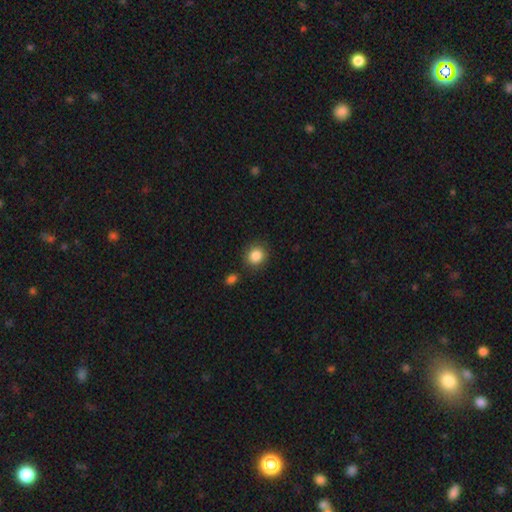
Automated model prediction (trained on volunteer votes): Smooth or featured?
  - smooth: 87% *
  - star or artifact: 9%
  - featured or disk: 4%
How rounded?
  - round: 81% *
  - in between: 18%
  - cigar-shaped: 1%
Merging?
  - none: 84% *
  - minor disturbance: 9%
  - merger: 4%
  - major disturbance: 3%